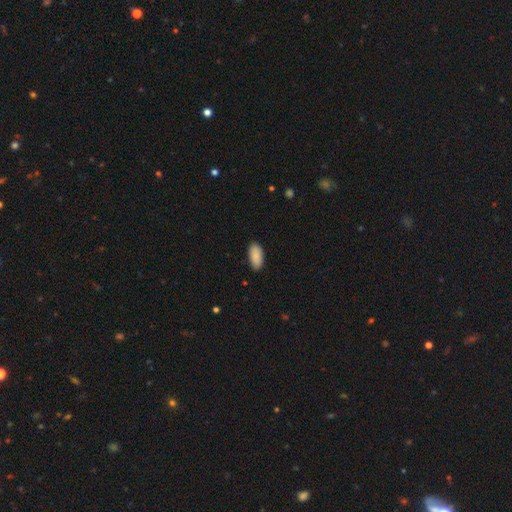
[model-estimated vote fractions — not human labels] smooth-or-featured: smooth: 89% | star or artifact: 6% | featured or disk: 4%
  how-rounded: in between: 92% | cigar-shaped: 6% | round: 2%
  merging: none: 87% | minor disturbance: 10% | major disturbance: 2% | merger: 1%